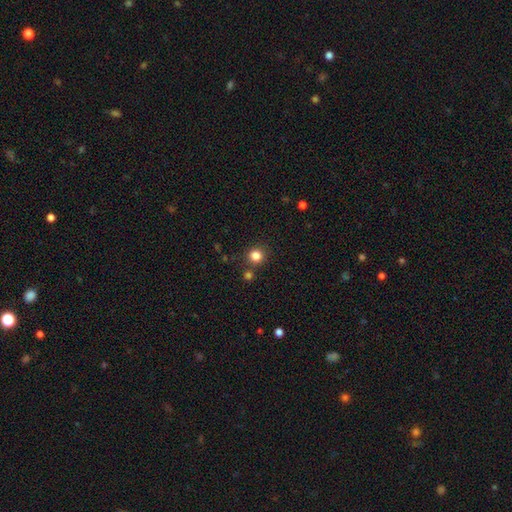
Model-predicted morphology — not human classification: Smooth or featured: smooth — 82% (star or artifact — 13%)
How rounded: round — 90% (in between — 9%)
Merging: none — 82% (merger — 8%)